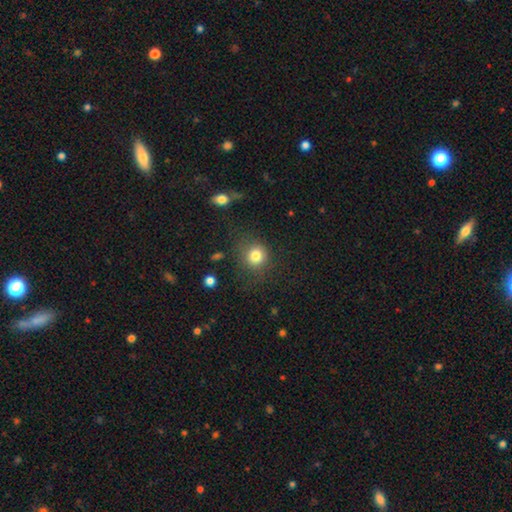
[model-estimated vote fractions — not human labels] smooth 82%, star or artifact 12%, featured or disk 7%. Down the decision tree: how rounded — round (86%); merging — none (78%).